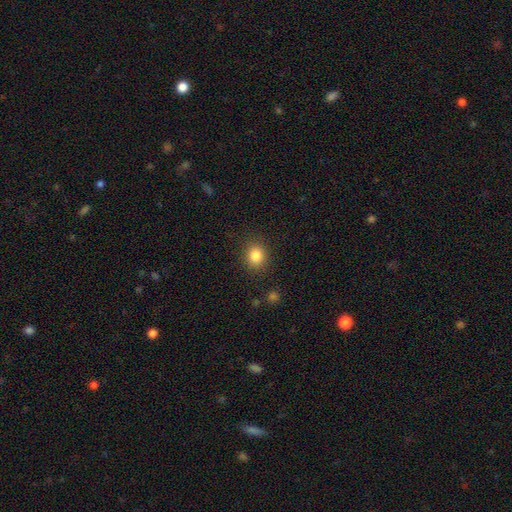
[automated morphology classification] A smooth galaxy with no disk features (84%) that is round (72%).

Vote fractions:
- Smooth or featured? smooth: 84% / star or artifact: 11% / featured or disk: 6%
- How rounded? round: 72% / in between: 27% / cigar-shaped: 1%
- Merging? none: 88% / minor disturbance: 8% / major disturbance: 3% / merger: 1%